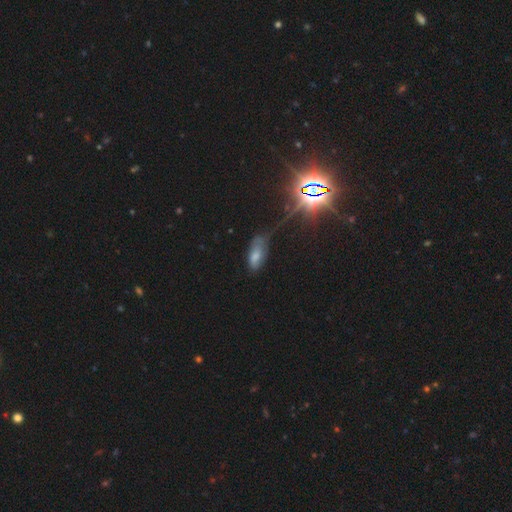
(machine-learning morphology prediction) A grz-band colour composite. It shows a smooth galaxy with no disk features (69%) that is in between round and cigar-shaped (84%). Merging: none (45%).